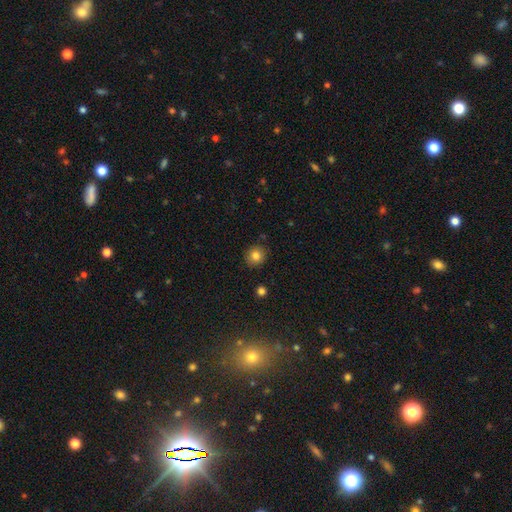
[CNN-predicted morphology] smooth 82%, star or artifact 11%, featured or disk 8%. Down the decision tree: how rounded — round (85%); merging — none (88%).